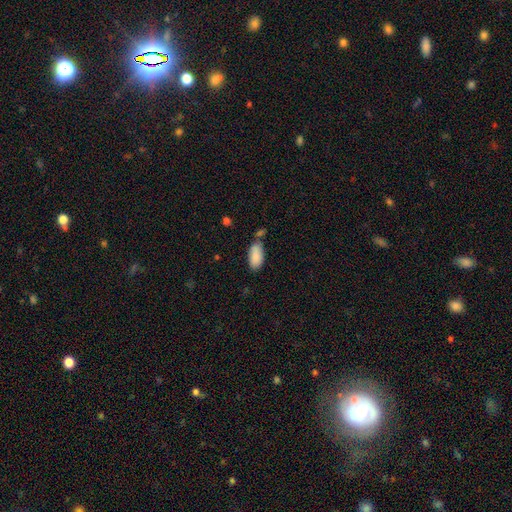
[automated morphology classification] This is clearly a smooth galaxy (88%). How rounded: clearly in between (92%). Merging: likely none (65%).